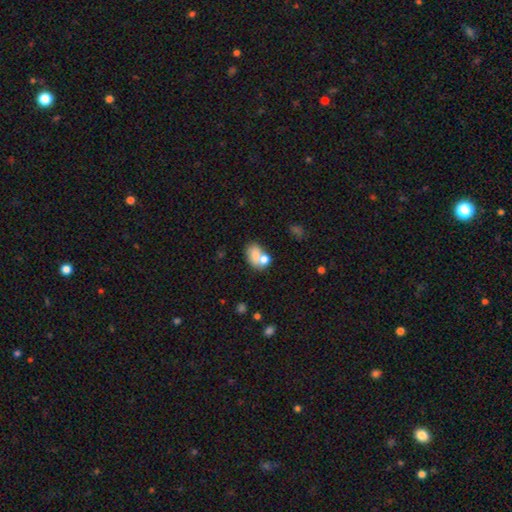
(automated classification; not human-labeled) smooth-or-featured: smooth: 73% | featured or disk: 17% | star or artifact: 10%
  how-rounded: in between: 73% | round: 26% | cigar-shaped: 1%
  merging: merger: 45% | none: 35% | minor disturbance: 13% | major disturbance: 7%